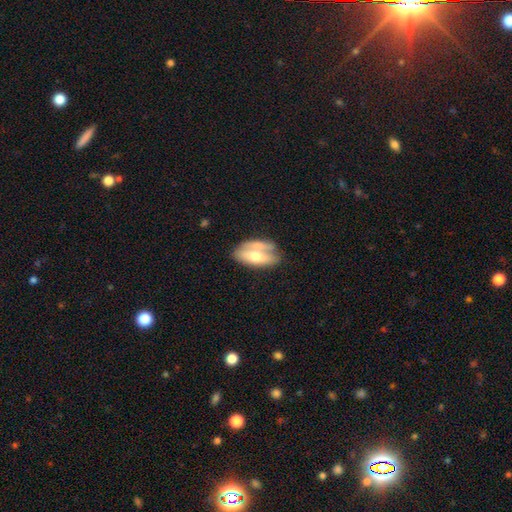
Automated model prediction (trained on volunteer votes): Smooth or featured: smooth — 55% (featured or disk — 39%)
How rounded: in between — 85% (cigar-shaped — 11%)
Merging: none — 38% (minor disturbance — 25%)